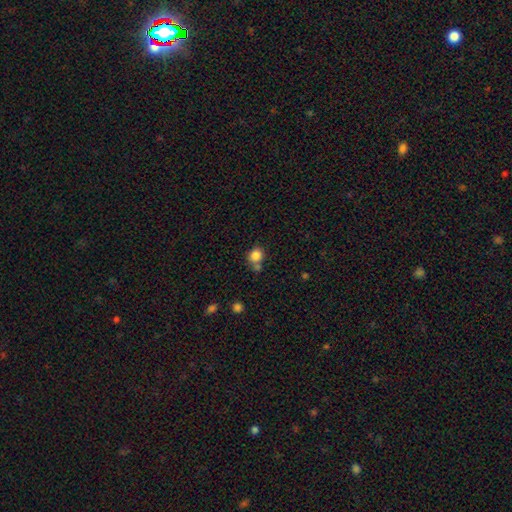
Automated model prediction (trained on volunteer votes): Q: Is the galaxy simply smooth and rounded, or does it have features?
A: smooth — 84%.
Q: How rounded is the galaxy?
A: round — 79%.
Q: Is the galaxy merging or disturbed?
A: none — 57%.